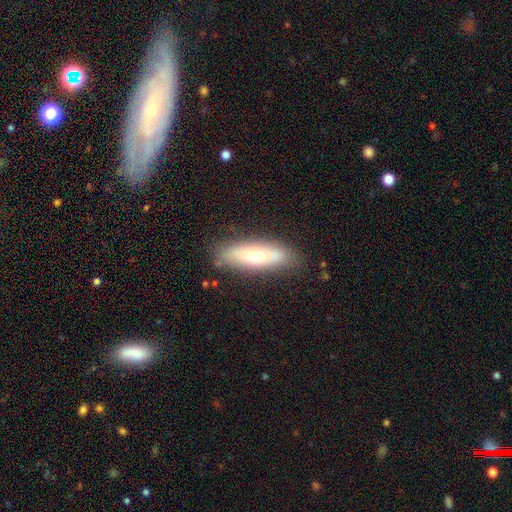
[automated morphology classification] Smooth or featured: smooth — 54% (featured or disk — 39%)
How rounded: in between — 58% (cigar-shaped — 39%)
Merging: none — 77% (minor disturbance — 15%)